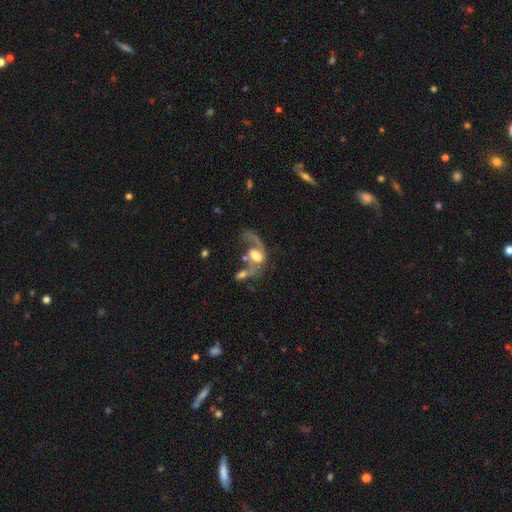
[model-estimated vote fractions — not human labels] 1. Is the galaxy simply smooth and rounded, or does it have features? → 64% featured or disk, 27% smooth, 9% star or artifact.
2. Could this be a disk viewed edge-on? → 95% no, 5% yes.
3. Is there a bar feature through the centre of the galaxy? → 56% no, 33% weak, 10% strong.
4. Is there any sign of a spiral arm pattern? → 76% yes, 24% no.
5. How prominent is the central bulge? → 50% moderate, 31% large, 11% small, 5% none, 4% dominant.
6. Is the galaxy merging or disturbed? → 41% merger, 32% major disturbance, 17% none, 10% minor disturbance.